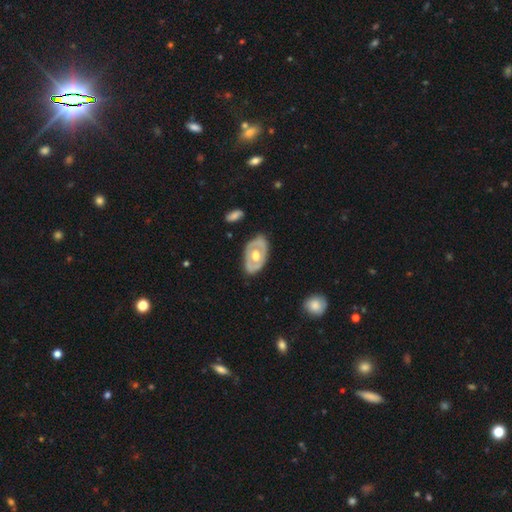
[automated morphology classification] A featured or disk galaxy (63%) with no bar (84%), no spiral arms (78%) and a moderate central bulge (66%). Merging: none (79%).